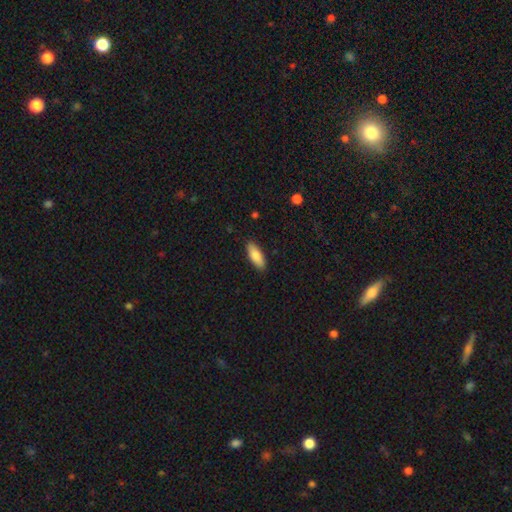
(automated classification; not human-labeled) smooth 84%, featured or disk 10%, star or artifact 6%. Down the decision tree: how rounded — in between (71%); merging — none (88%).